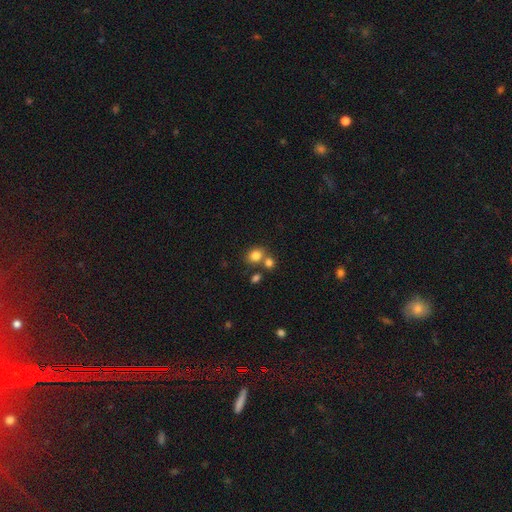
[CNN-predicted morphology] Smooth or featured? smooth (81%)
How rounded? round (66%)
Merging? none (57%)